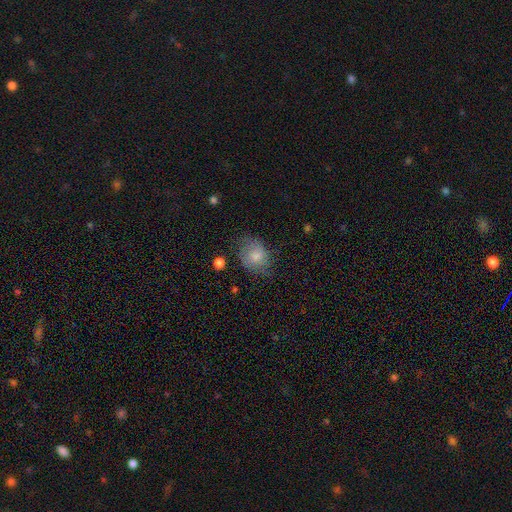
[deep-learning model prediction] This is likely a smooth galaxy (70%). How rounded: possibly in between (51%). Merging: possibly none (58%).